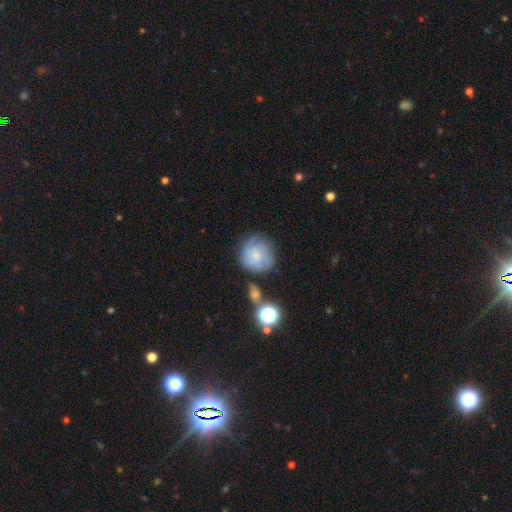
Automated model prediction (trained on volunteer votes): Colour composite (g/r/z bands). It shows a smooth galaxy with no disk features (58%) that is round (89%). Merging: none (60%).